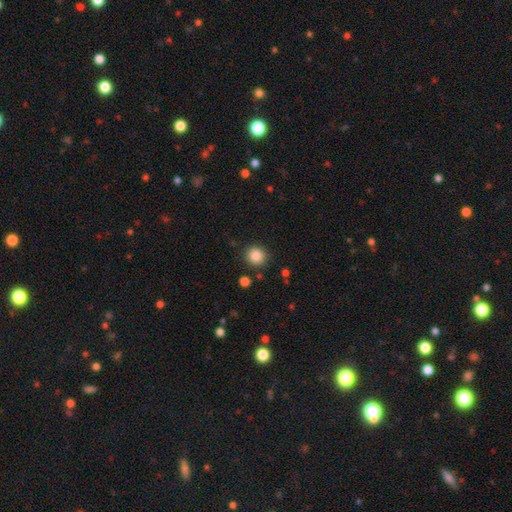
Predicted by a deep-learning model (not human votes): Smooth or featured? Predicted: smooth (p=0.86). How rounded? Predicted: round (p=0.89). Merging? Predicted: none (p=0.88).